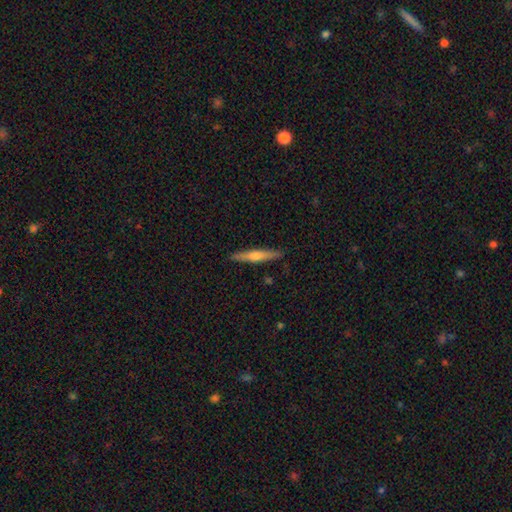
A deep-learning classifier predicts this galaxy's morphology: Smooth or featured?
  - featured or disk: 52% *
  - smooth: 42%
  - star or artifact: 6%
Edge-on disk?
  - yes: 96% *
  - no: 4%
Edge-on bulge?
  - rounded: 78% *
  - none: 14%
  - boxy: 7%
Merging?
  - none: 90% *
  - minor disturbance: 7%
  - major disturbance: 1%
  - merger: 1%